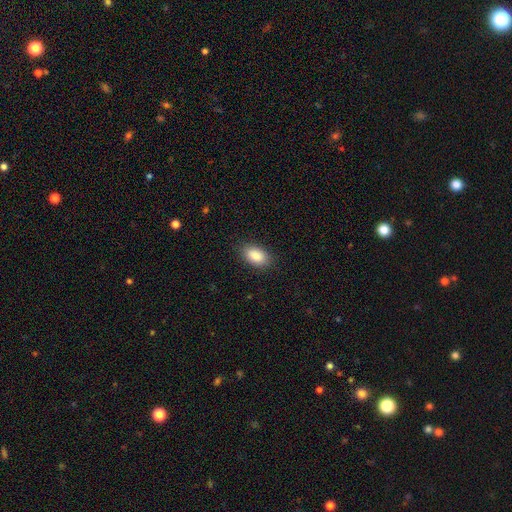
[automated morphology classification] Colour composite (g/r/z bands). It shows a smooth galaxy with no disk features (89%) that is in between round and cigar-shaped (93%). Merging: none (87%).